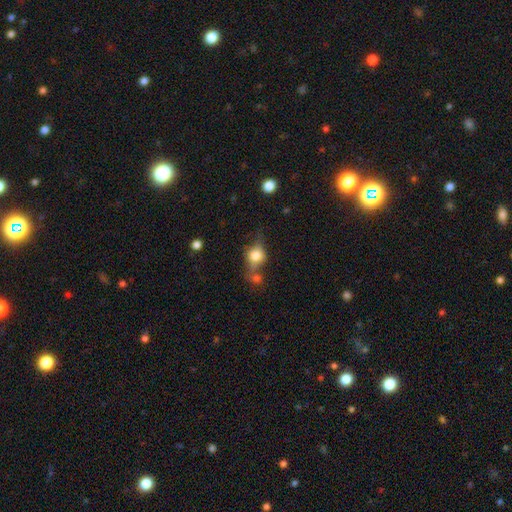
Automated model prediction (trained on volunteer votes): smooth_or_featured: smooth (p=0.70) [alt: featured or disk p=0.20]
how_rounded: round (p=0.58) [alt: in between p=0.40]
merging: none (p=0.47) [alt: merger p=0.22]